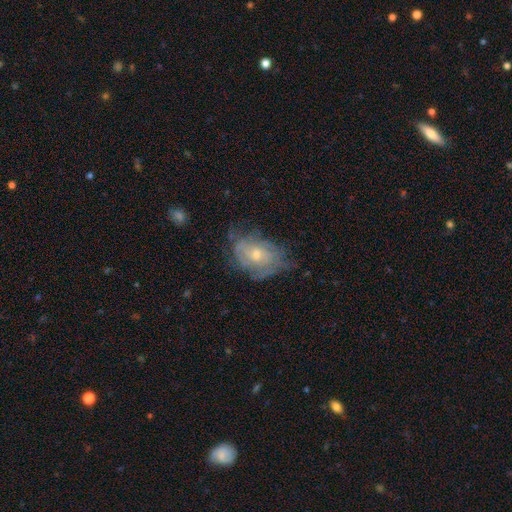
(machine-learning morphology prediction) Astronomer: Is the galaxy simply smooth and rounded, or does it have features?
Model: featured or disk — 56%.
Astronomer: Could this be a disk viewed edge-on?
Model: no — 94%.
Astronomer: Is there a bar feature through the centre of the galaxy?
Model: no — 81%.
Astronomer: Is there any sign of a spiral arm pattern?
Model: yes — 66%.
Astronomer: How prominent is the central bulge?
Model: moderate — 51% (runner-up: small, 44%).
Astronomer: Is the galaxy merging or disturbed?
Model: none — 61%.